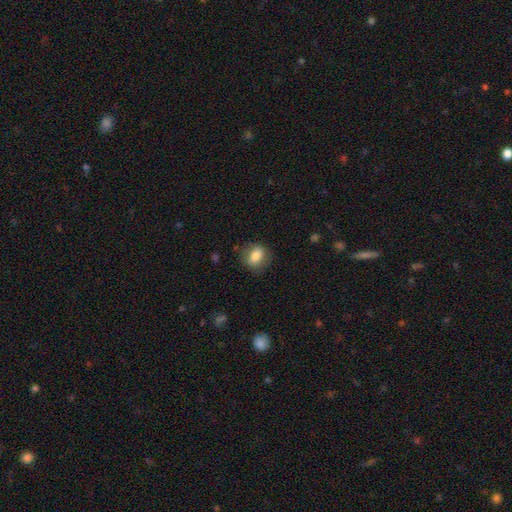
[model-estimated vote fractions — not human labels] Morphology: type=smooth (80%); roundness=in between (66%); merging=none (76%).